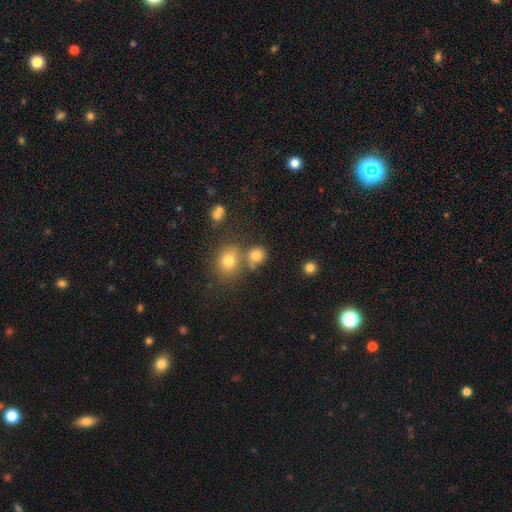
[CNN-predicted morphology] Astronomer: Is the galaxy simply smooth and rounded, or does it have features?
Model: smooth — 78%.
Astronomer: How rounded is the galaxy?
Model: round — 77%.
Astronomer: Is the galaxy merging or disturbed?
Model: none — 61%.